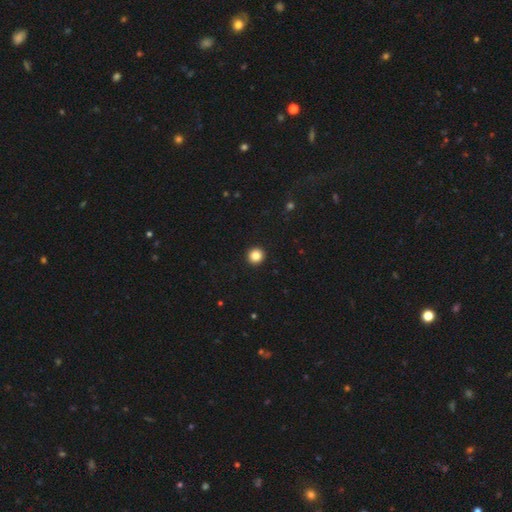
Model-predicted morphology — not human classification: The model was most divided on "smooth or featured": smooth: 85%, star or artifact: 10%, featured or disk: 5%. More confident: how rounded — round (95%); merging — none (94%).